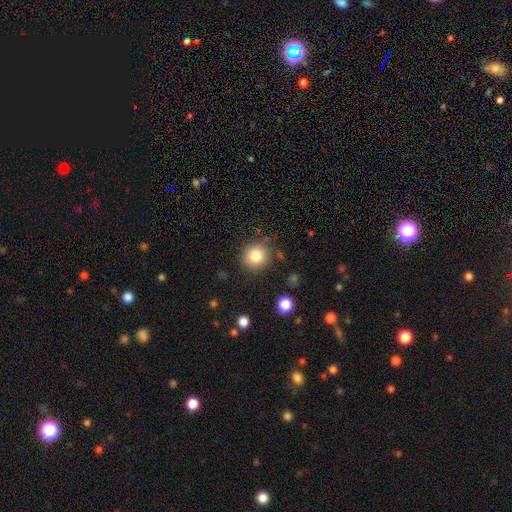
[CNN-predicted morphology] Smooth or featured?
  - smooth: 83% *
  - star or artifact: 11%
  - featured or disk: 6%
How rounded?
  - round: 91% *
  - in between: 8%
  - cigar-shaped: 1%
Merging?
  - none: 83% *
  - minor disturbance: 10%
  - major disturbance: 4%
  - merger: 3%